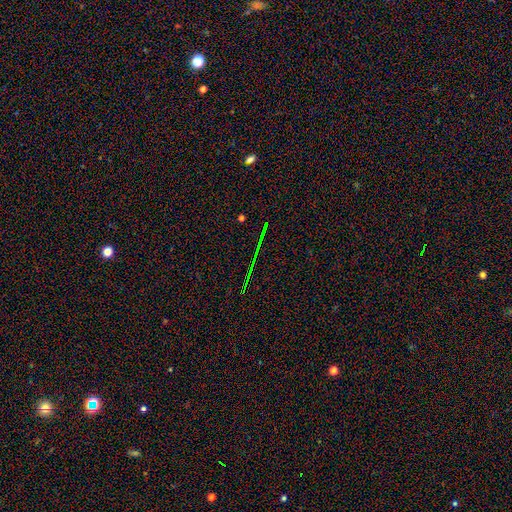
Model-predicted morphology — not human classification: A star or artifact, not a galaxy (80%).

Vote fractions:
- Smooth or featured? star or artifact: 80% / smooth: 10% / featured or disk: 10%